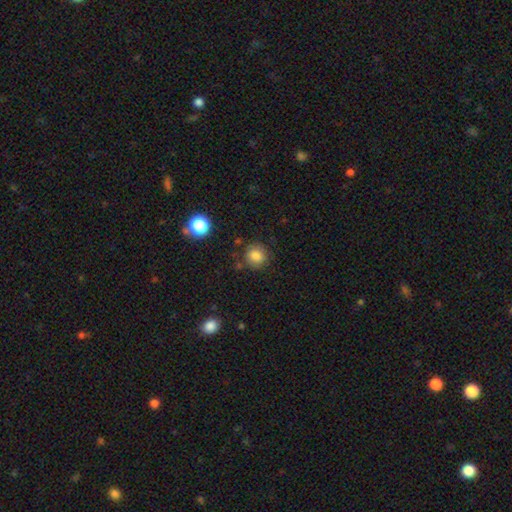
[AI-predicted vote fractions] This is clearly a smooth galaxy (82%). How rounded: clearly round (85%). Merging: clearly none (81%).